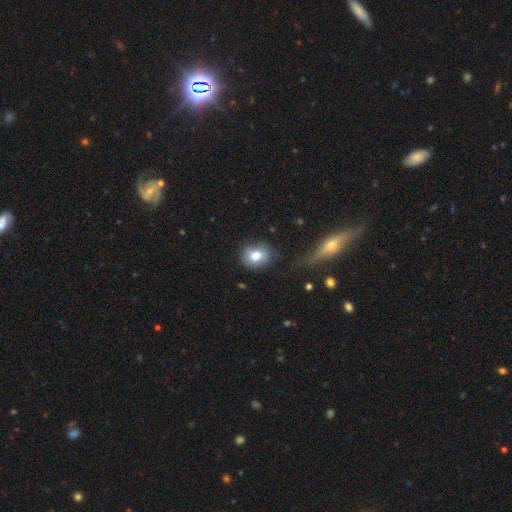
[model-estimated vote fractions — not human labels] Q: Smooth or featured?
A: smooth (79%); runner-up: featured or disk (12%)
Q: How rounded?
A: round (65%); runner-up: in between (34%)
Q: Merging?
A: none (79%); runner-up: minor disturbance (15%)